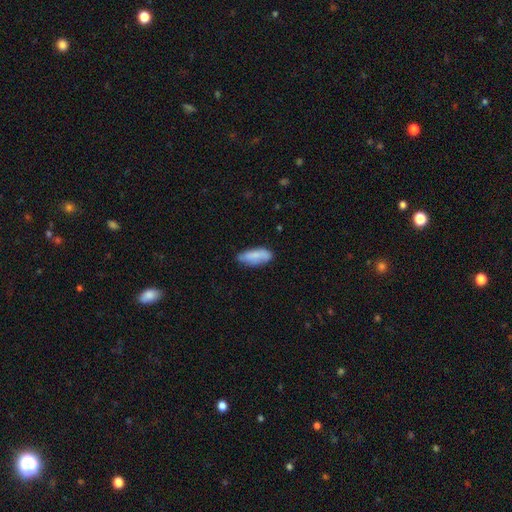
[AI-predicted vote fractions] smooth-or-featured: smooth: 79% | featured or disk: 15% | star or artifact: 6%
  how-rounded: in between: 78% | cigar-shaped: 21% | round: 2%
  merging: none: 67% | minor disturbance: 26% | major disturbance: 5% | merger: 2%